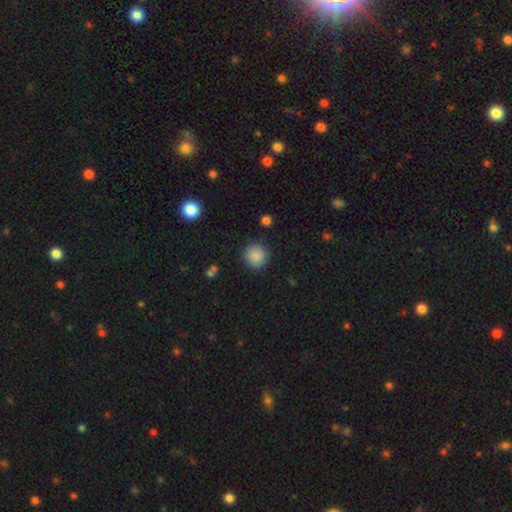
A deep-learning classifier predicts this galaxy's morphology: This appears to be a smooth galaxy with no disk features (87%) that is round (93%). Merging: none (89%).